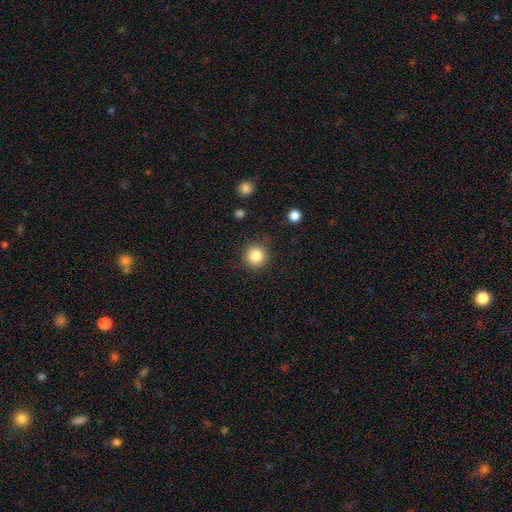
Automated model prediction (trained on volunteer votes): Morphology: type=smooth (85%); roundness=round (94%); merging=none (89%).